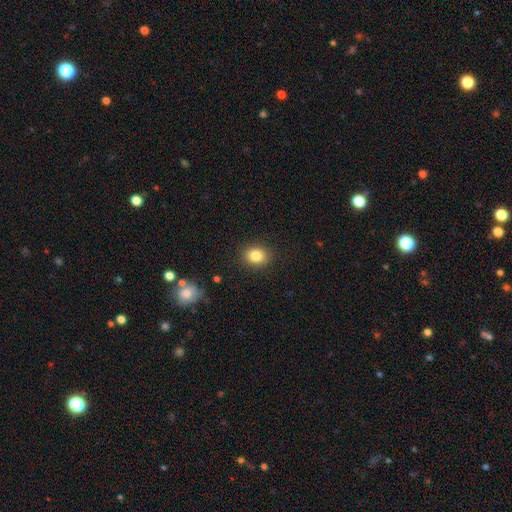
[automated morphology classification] This is clearly a smooth galaxy (84%). How rounded: possibly round (56%). Merging: clearly none (88%).